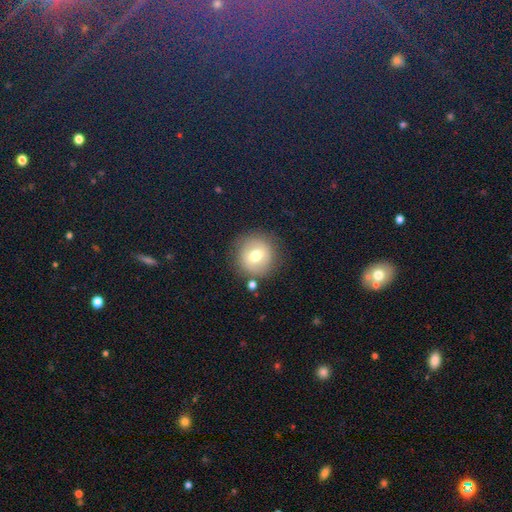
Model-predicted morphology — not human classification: smooth-or-featured: smooth: 64% | featured or disk: 27% | star or artifact: 10%
  how-rounded: round: 91% | in between: 8% | cigar-shaped: 1%
  merging: none: 82% | minor disturbance: 10% | major disturbance: 4% | merger: 4%